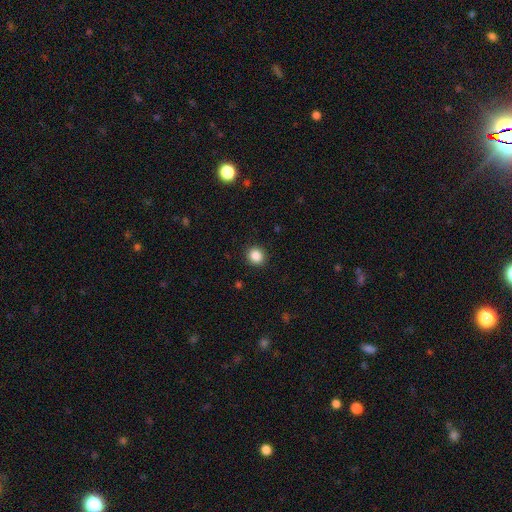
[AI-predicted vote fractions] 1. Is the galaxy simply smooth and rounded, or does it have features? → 86% smooth, 10% star or artifact, 4% featured or disk.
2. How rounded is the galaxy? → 88% round, 11% in between, 1% cigar-shaped.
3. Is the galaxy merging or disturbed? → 91% none, 6% minor disturbance, 2% major disturbance, 1% merger.